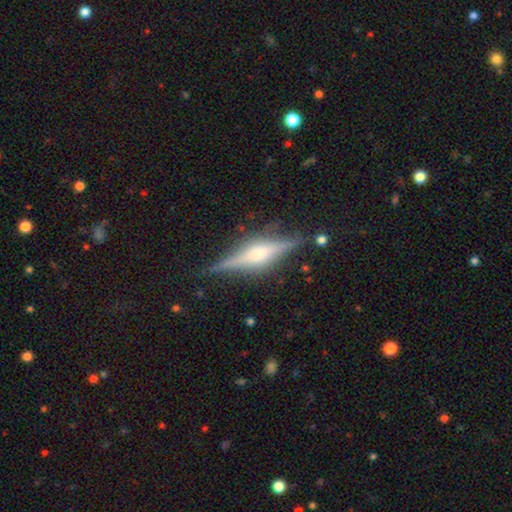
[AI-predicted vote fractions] Overall: featured or disk (80%). Edge-on disk: yes (97%). Edge-on bulge: rounded (79%). Merging: none (86%).